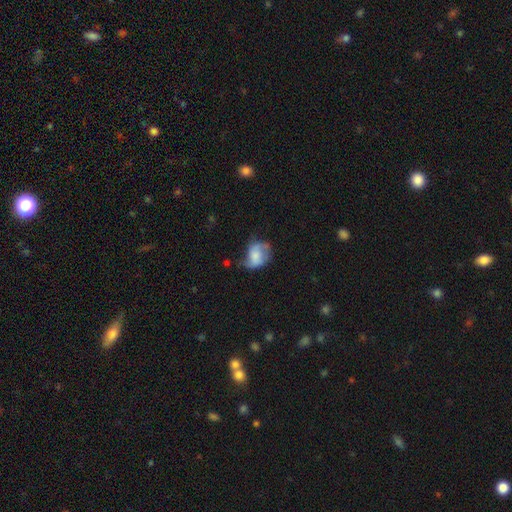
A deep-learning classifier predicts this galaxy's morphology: A smooth galaxy with no disk features (52%) that is in between round and cigar-shaped (63%). Merging: none (36%).